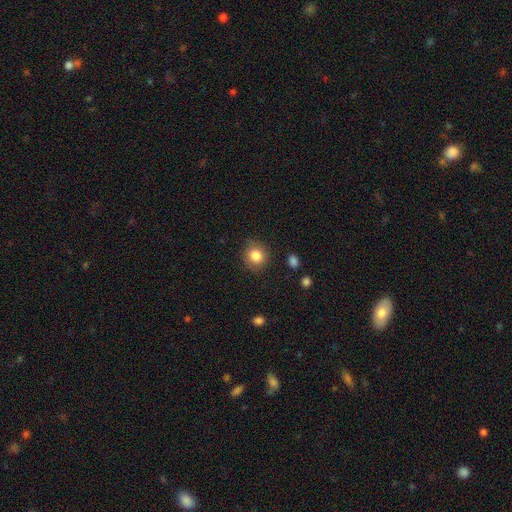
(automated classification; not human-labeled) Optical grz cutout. It shows a smooth galaxy with no disk features (84%) that is round (84%). Merging: none (85%).